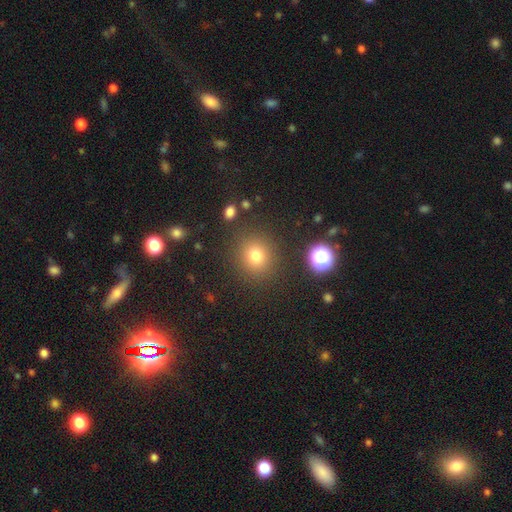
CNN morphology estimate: A smooth galaxy with no disk features (76%) that is round (86%). Merging: none (87%).